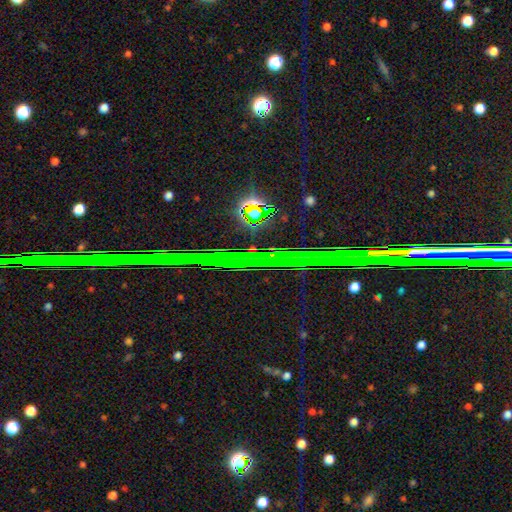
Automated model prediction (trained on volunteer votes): This is clearly a star or artifact rather than a galaxy (82%).